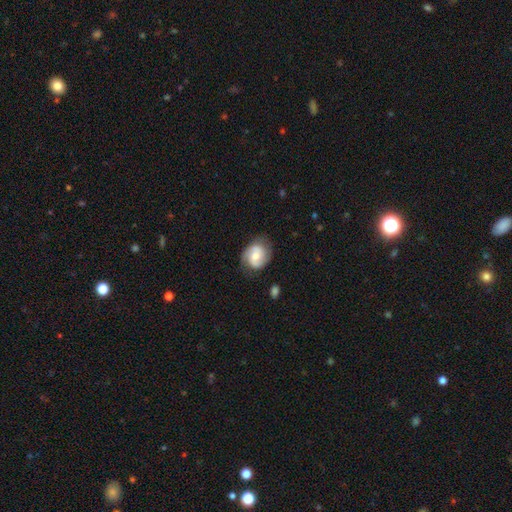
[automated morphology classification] This appears to be a featured or disk galaxy (63%) with no bar (54%), 2 (84%) medium (45%) spiral arms (92%) and a moderate central bulge (49%). Merging: none (74%).